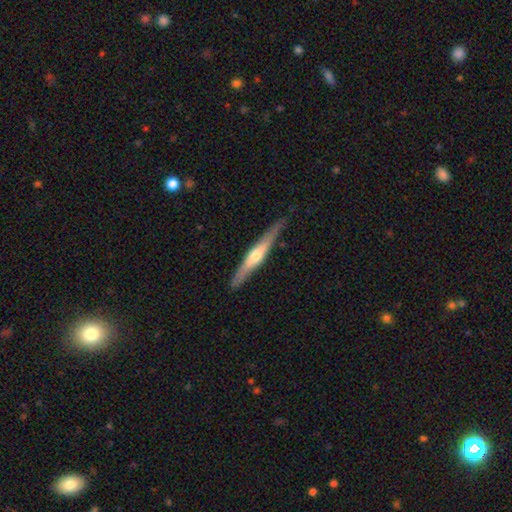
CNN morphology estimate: The model was most divided on "smooth or featured": featured or disk: 64%, smooth: 31%, star or artifact: 5%. More confident: edge-on disk — yes (95%); merging — none (85%); edge-on bulge — rounded (84%).